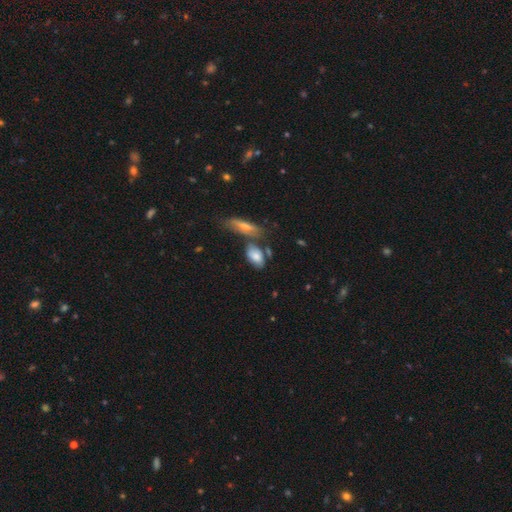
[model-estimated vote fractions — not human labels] Smooth or featured? smooth (75%)
How rounded? in between (88%)
Merging? none (50%)